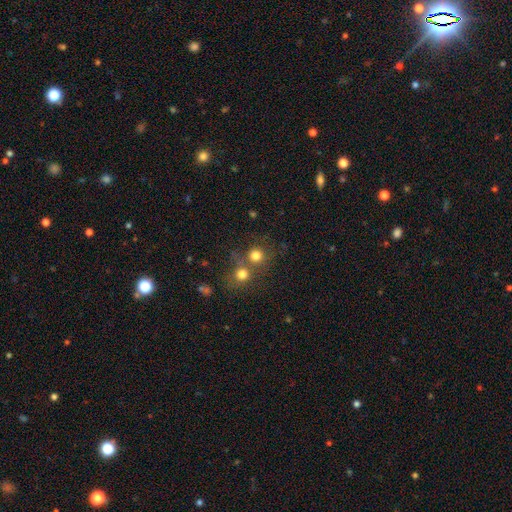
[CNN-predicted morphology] Smooth or featured? Predicted: smooth (p=0.76). How rounded? Predicted: round (p=0.90). Merging? Predicted: none (p=0.54).